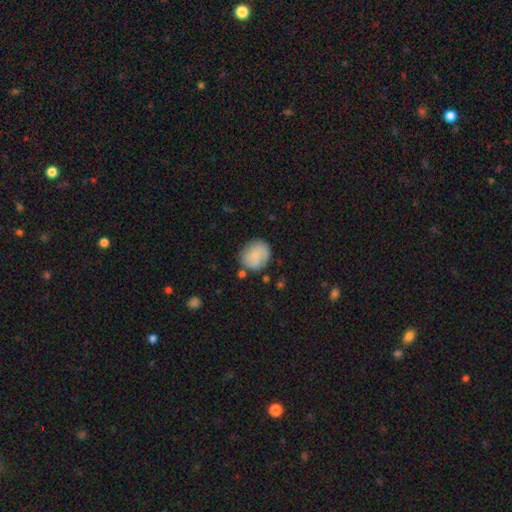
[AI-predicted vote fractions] Smooth or featured? Predicted: smooth (p=0.74). How rounded? Predicted: round (p=0.72). Merging? Predicted: none (p=0.72).